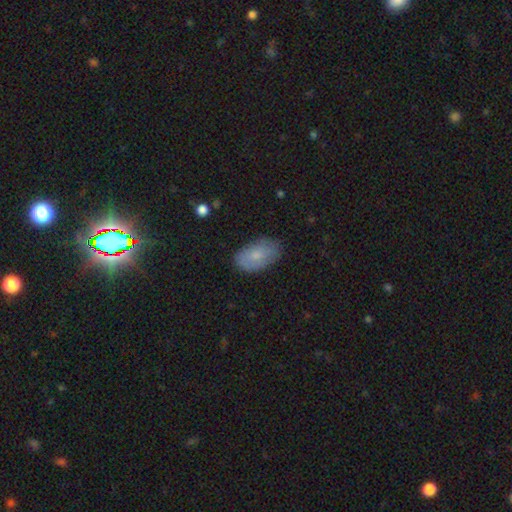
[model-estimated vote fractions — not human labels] Smooth or featured?
  - smooth: 76% *
  - featured or disk: 17%
  - star or artifact: 7%
How rounded?
  - in between: 94% *
  - round: 4%
  - cigar-shaped: 2%
Merging?
  - none: 79% *
  - minor disturbance: 17%
  - major disturbance: 3%
  - merger: 1%